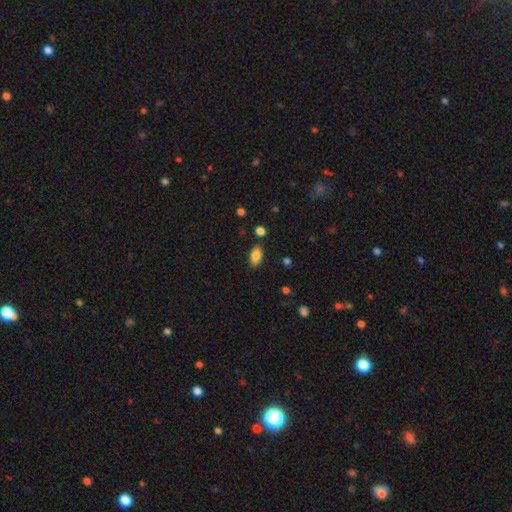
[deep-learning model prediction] smooth-or-featured: smooth: 85% | star or artifact: 8% | featured or disk: 7%
  how-rounded: in between: 92% | cigar-shaped: 5% | round: 4%
  merging: none: 84% | minor disturbance: 10% | merger: 3% | major disturbance: 3%